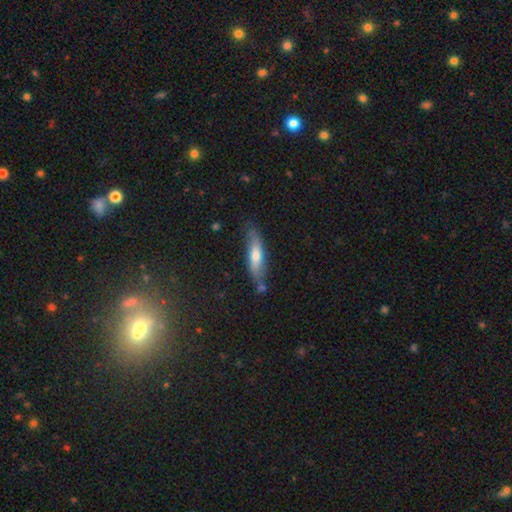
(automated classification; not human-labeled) Smooth or featured?
  - smooth: 58% *
  - featured or disk: 36%
  - star or artifact: 7%
How rounded?
  - cigar-shaped: 66% *
  - in between: 32%
  - round: 2%
Merging?
  - none: 66% *
  - minor disturbance: 22%
  - merger: 6%
  - major disturbance: 5%